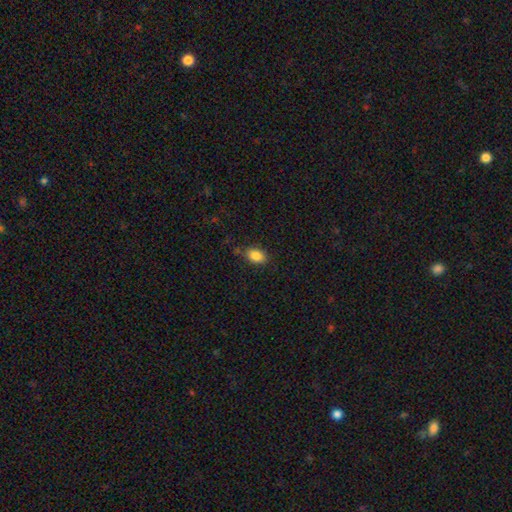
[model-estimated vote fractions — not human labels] Morphology: type=smooth (86%); roundness=in between (85%); merging=none (79%).